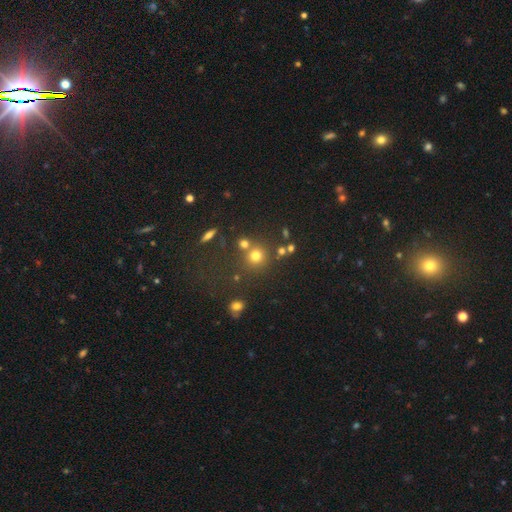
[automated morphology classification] Q: Smooth or featured?
A: smooth (70%); runner-up: star or artifact (20%)
Q: How rounded?
A: round (90%); runner-up: in between (9%)
Q: Merging?
A: none (70%); runner-up: merger (17%)